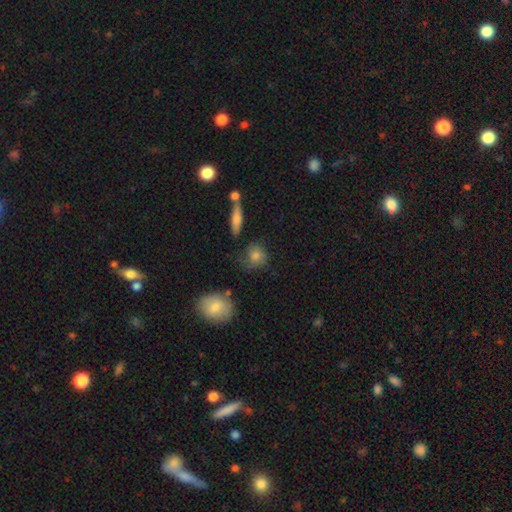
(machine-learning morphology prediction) A smooth galaxy with no disk features (74%) that is round (73%). Merging: none (62%).